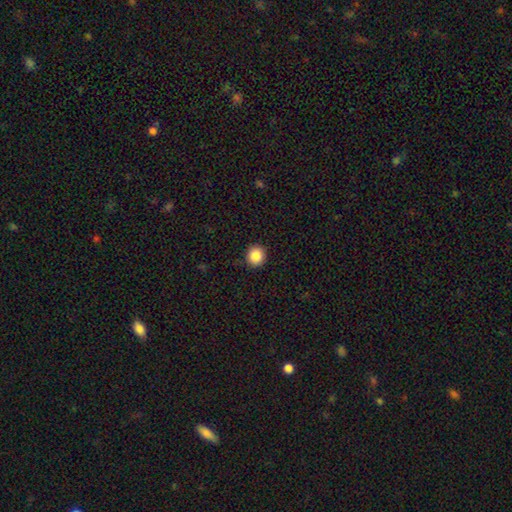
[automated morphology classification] smooth-or-featured: smooth: 86% | star or artifact: 9% | featured or disk: 4%
  how-rounded: round: 91% | in between: 8% | cigar-shaped: 1%
  merging: none: 92% | minor disturbance: 6% | major disturbance: 2% | merger: 1%